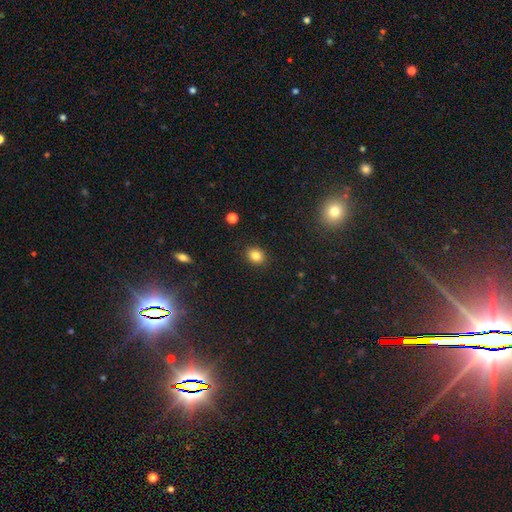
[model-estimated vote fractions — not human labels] smooth_or_featured: smooth (p=0.84) [alt: star or artifact p=0.10]
how_rounded: round (p=0.51) [alt: in between p=0.48]
merging: none (p=0.89) [alt: minor disturbance p=0.08]